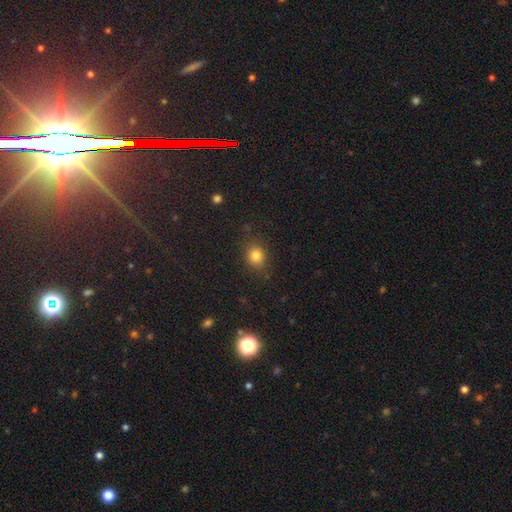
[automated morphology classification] Overall: smooth (80%). How rounded: round (70%). Merging: none (83%).